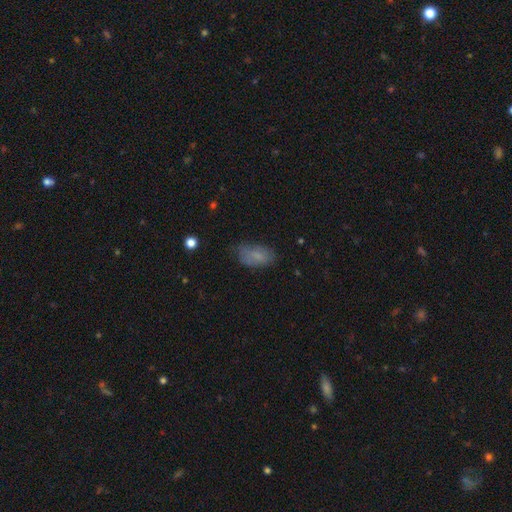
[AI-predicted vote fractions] smooth-or-featured: smooth: 75% | featured or disk: 16% | star or artifact: 9%
  how-rounded: in between: 92% | round: 5% | cigar-shaped: 3%
  merging: none: 64% | minor disturbance: 26% | major disturbance: 8% | merger: 2%